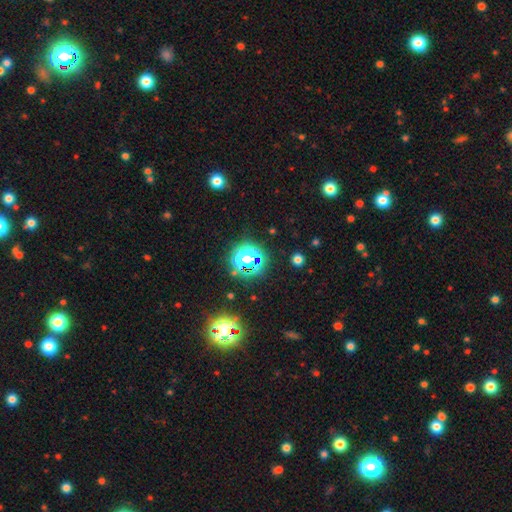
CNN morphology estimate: Smooth or featured?
  - star or artifact: 70% *
  - smooth: 23%
  - featured or disk: 7%